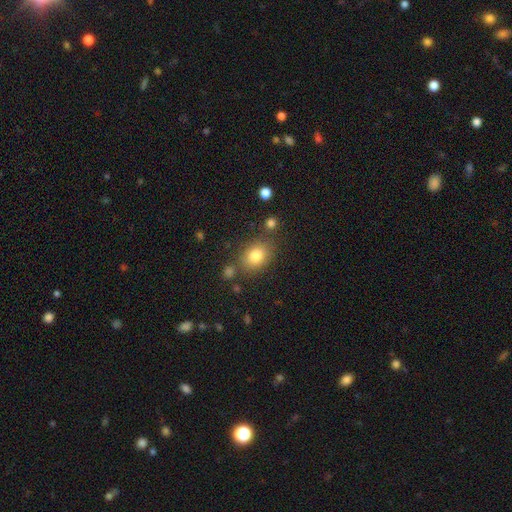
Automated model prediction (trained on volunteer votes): This appears to be a smooth galaxy with no disk features (81%) that is in between round and cigar-shaped (58%). Merging: none (75%).